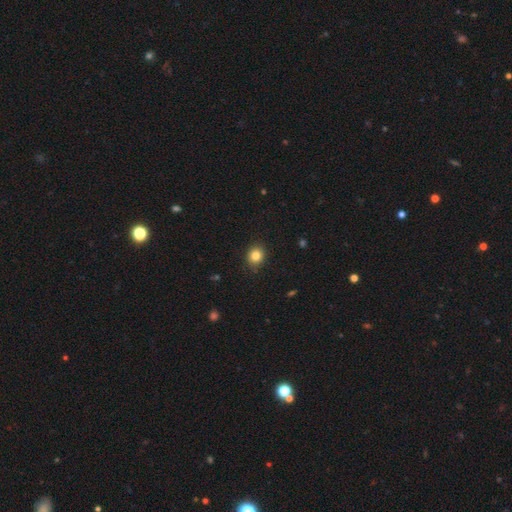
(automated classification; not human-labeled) Smooth or featured?
  - smooth: 83% *
  - star or artifact: 11%
  - featured or disk: 6%
How rounded?
  - round: 79% *
  - in between: 20%
  - cigar-shaped: 1%
Merging?
  - none: 90% *
  - minor disturbance: 7%
  - major disturbance: 2%
  - merger: 1%